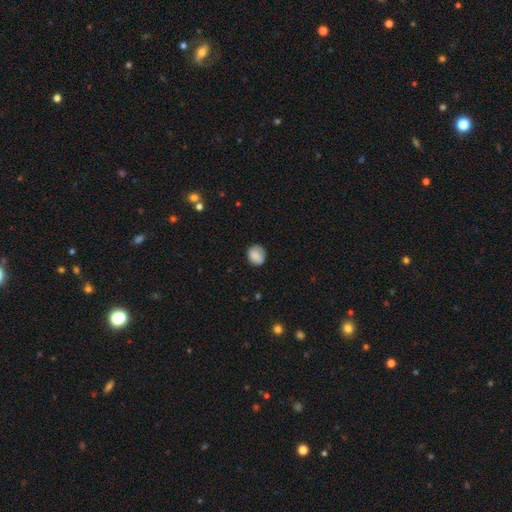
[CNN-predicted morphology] Smooth or featured? smooth (84%)
How rounded? round (69%)
Merging? none (74%)